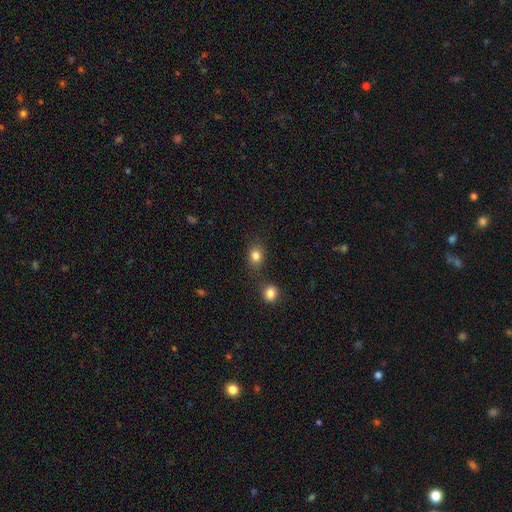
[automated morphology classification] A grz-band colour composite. It shows a smooth galaxy with no disk features (82%) that is round (63%). Merging: none (73%).